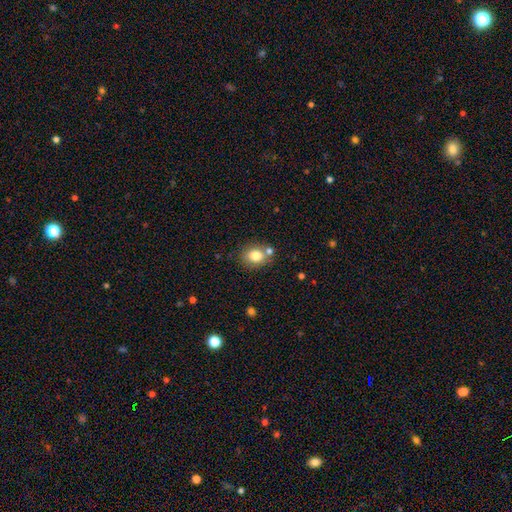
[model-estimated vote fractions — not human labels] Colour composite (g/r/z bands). It shows a smooth galaxy with no disk features (79%) that is round (65%). Merging: none (66%).